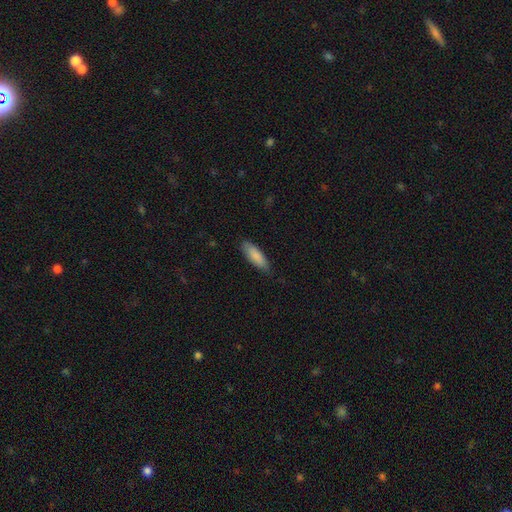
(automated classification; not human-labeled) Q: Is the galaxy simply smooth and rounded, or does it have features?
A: smooth — 87%.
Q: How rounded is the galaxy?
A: in between — 58%.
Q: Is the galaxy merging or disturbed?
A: none — 80%.